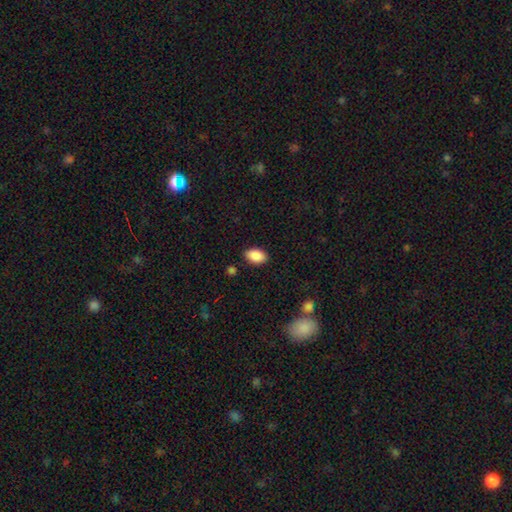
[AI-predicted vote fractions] A smooth galaxy with no disk features (89%) that is in between round and cigar-shaped (91%). Merging: none (87%).